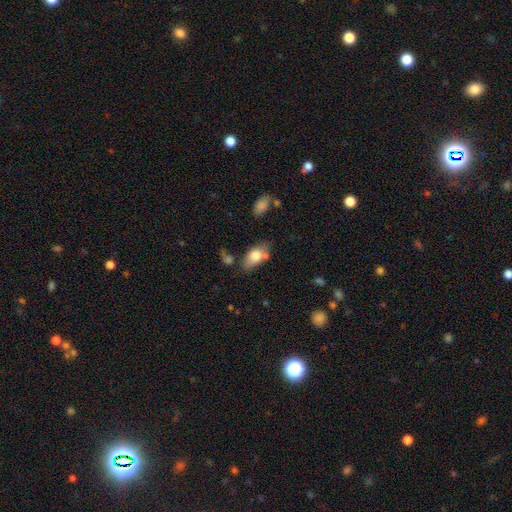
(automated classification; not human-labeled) A smooth galaxy with no disk features (76%) that is in between round and cigar-shaped (89%).

Vote fractions:
- Smooth or featured? smooth: 76% / featured or disk: 17% / star or artifact: 7%
- How rounded? in between: 89% / round: 7% / cigar-shaped: 5%
- Merging? none: 57% / minor disturbance: 22% / merger: 14% / major disturbance: 7%